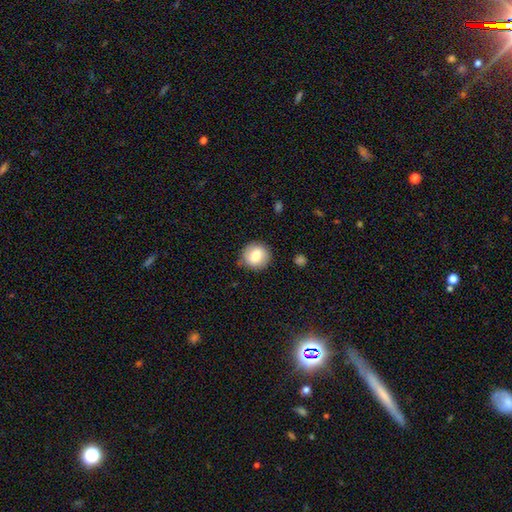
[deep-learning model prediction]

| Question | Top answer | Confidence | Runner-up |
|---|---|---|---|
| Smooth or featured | smooth | 78% | featured or disk (14%) |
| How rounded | round | 89% | in between (10%) |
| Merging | none | 83% | minor disturbance (13%) |